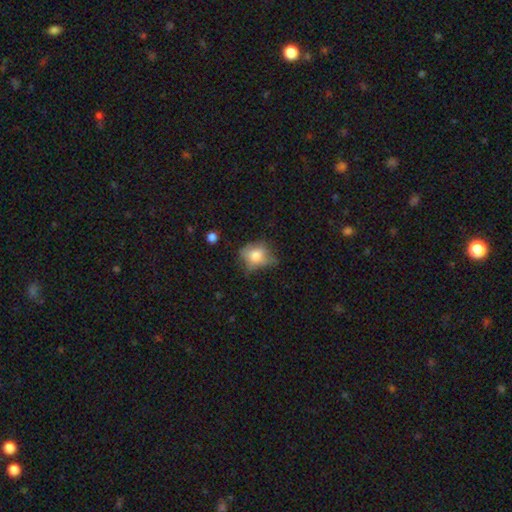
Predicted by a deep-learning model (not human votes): Smooth or featured? smooth (67%)
How rounded? in between (51%)
Merging? none (43%)